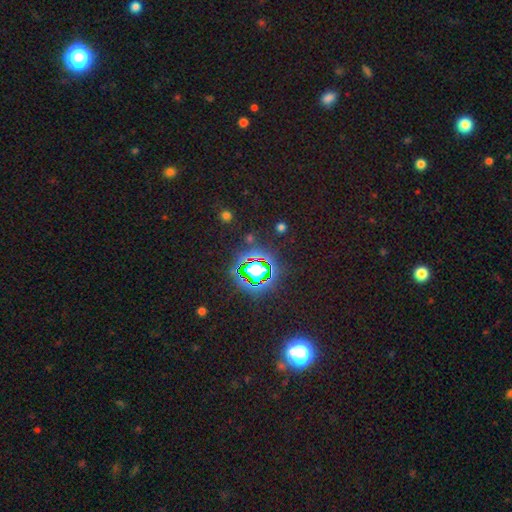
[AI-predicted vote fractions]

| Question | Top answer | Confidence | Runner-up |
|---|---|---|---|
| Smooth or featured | star or artifact | 81% | smooth (12%) |